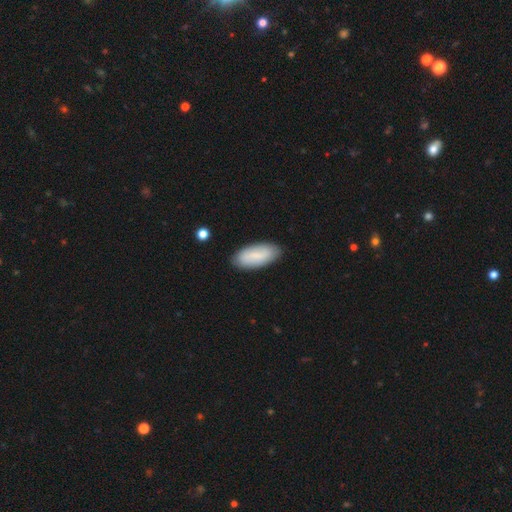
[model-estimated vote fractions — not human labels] Q: Smooth or featured?
A: smooth (75%); runner-up: featured or disk (19%)
Q: How rounded?
A: in between (88%); runner-up: cigar-shaped (10%)
Q: Merging?
A: none (85%); runner-up: minor disturbance (11%)